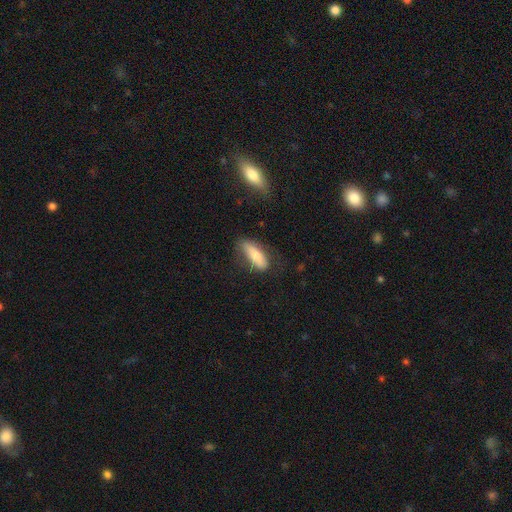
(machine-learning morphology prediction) smooth-or-featured: smooth: 71% | featured or disk: 22% | star or artifact: 6%
  how-rounded: in between: 55% | cigar-shaped: 43% | round: 2%
  merging: none: 67% | minor disturbance: 22% | major disturbance: 8% | merger: 2%